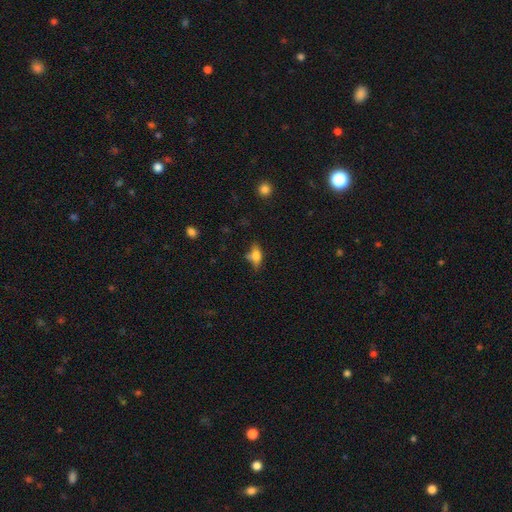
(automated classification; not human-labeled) A smooth galaxy with no disk features (67%) that is in between round and cigar-shaped (78%).

Vote fractions:
- Smooth or featured? smooth: 67% / featured or disk: 23% / star or artifact: 11%
- How rounded? in between: 78% / cigar-shaped: 13% / round: 9%
- Merging? none: 53% / minor disturbance: 29% / major disturbance: 12% / merger: 7%